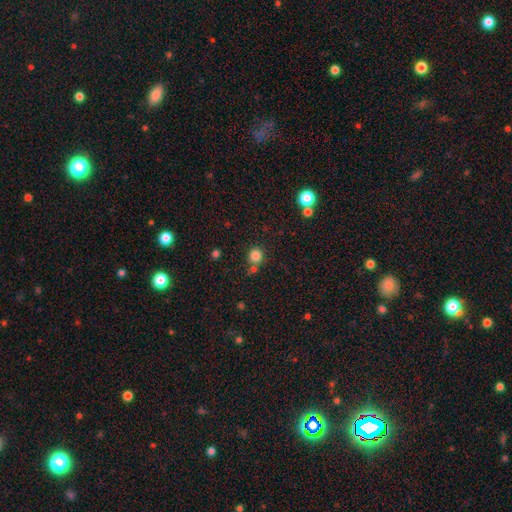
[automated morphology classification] Smooth or featured? Predicted: smooth (p=0.83). How rounded? Predicted: round (p=0.90). Merging? Predicted: none (p=0.73).